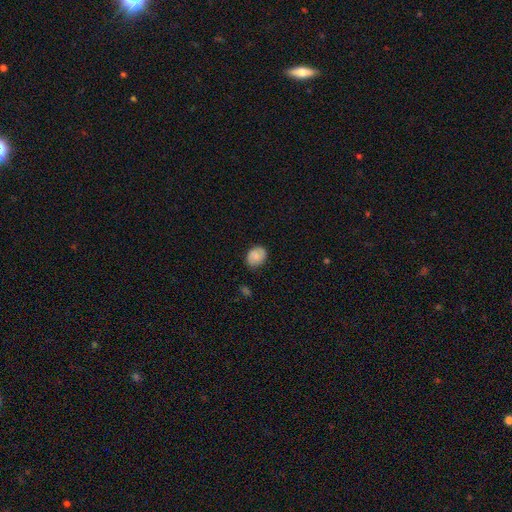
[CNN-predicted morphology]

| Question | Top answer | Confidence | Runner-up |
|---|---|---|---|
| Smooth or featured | smooth | 75% | featured or disk (17%) |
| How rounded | in between | 58% | round (41%) |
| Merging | none | 77% | minor disturbance (18%) |